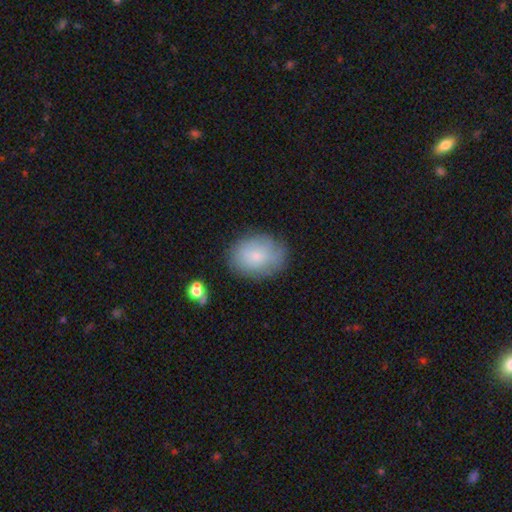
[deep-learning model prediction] Smooth or featured? Predicted: smooth (p=0.74). How rounded? Predicted: in between (p=0.70). Merging? Predicted: none (p=0.77).